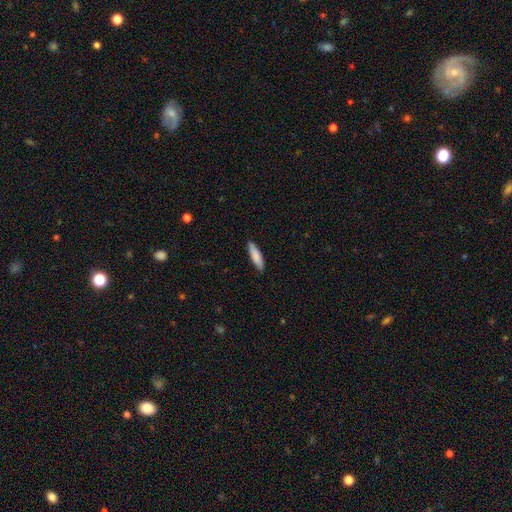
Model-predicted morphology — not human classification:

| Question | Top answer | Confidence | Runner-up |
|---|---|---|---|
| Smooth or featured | smooth | 85% | featured or disk (9%) |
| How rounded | cigar-shaped | 69% | in between (30%) |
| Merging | none | 87% | minor disturbance (10%) |